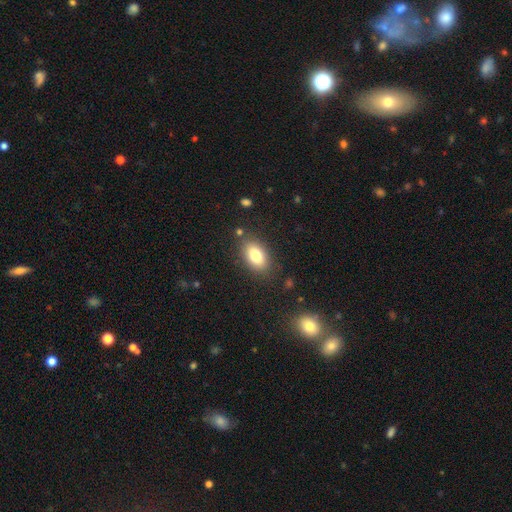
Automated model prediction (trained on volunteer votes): Smooth or featured? smooth (80%)
How rounded? in between (89%)
Merging? none (83%)